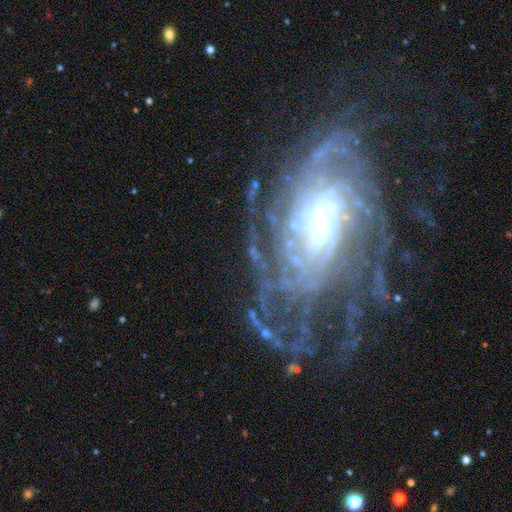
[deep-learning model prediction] featured or disk 88%, star or artifact 8%, smooth 5%. Down the decision tree: edge-on disk — no (96%); bar — no (43%); spiral arms — yes (97%); spiral arm count — can't tell (27%); spiral winding — tight (67%); bulge size — small (64%); merging — none (64%).